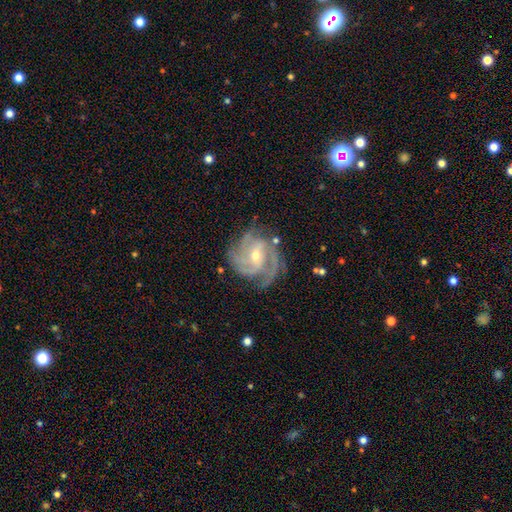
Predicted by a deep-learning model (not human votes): Morphology: type=featured or disk (91%); edge-on=no (98%); bar=weak (45%); spiral arms=yes (98%); winding=tight (50%); arm count=3 (43%); bulge=small (51%); merging=none (72%).